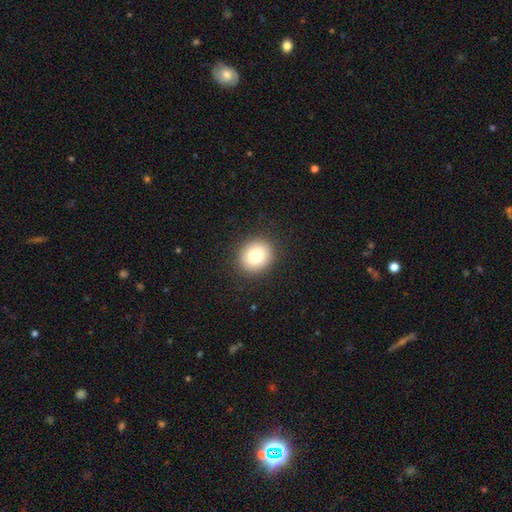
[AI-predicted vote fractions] The model was most divided on "how rounded": round: 76%, in between: 24%, cigar-shaped: 1%. More confident: merging — none (90%); smooth or featured — smooth (80%).